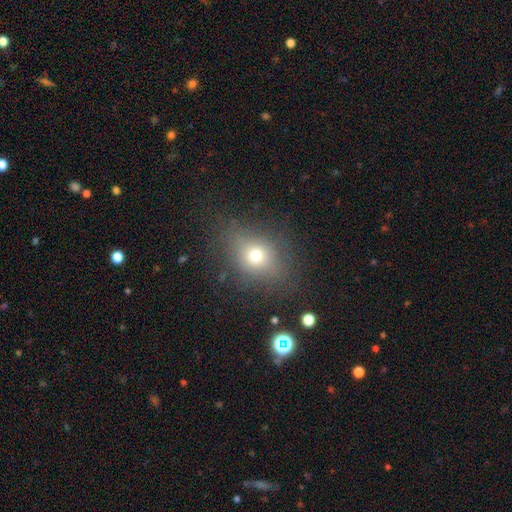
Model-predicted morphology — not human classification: Q: Smooth or featured?
A: smooth (69%); runner-up: star or artifact (16%)
Q: How rounded?
A: round (54%); runner-up: in between (45%)
Q: Merging?
A: none (75%); runner-up: minor disturbance (16%)